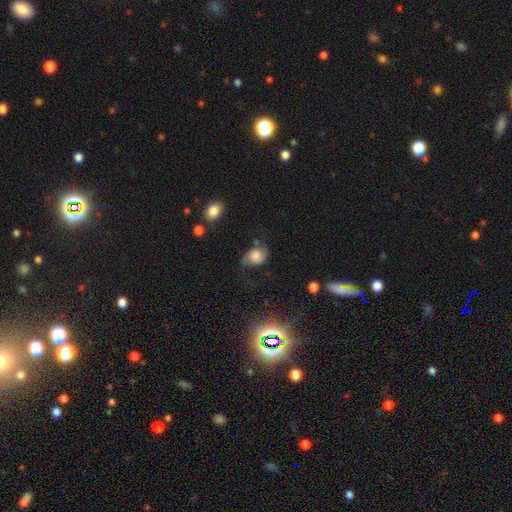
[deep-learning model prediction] smooth 47%, featured or disk 41%, star or artifact 12%. Down the decision tree: merging — none (50%).